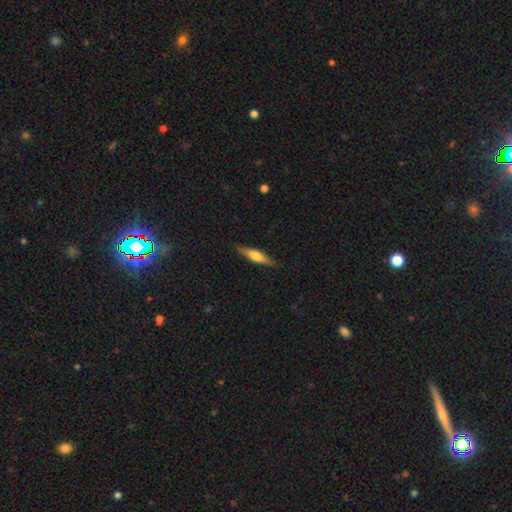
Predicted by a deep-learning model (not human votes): The model was most divided on "smooth or featured": featured or disk: 48%, smooth: 46%, star or artifact: 6%. More confident: merging — none (88%).